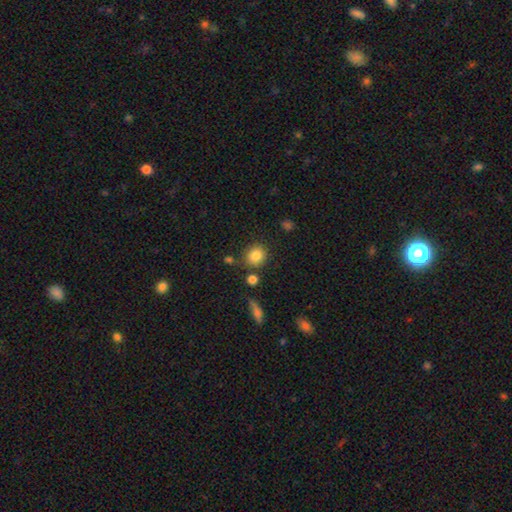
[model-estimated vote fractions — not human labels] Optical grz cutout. It shows a smooth galaxy with no disk features (84%) that is round (83%). Merging: none (79%).